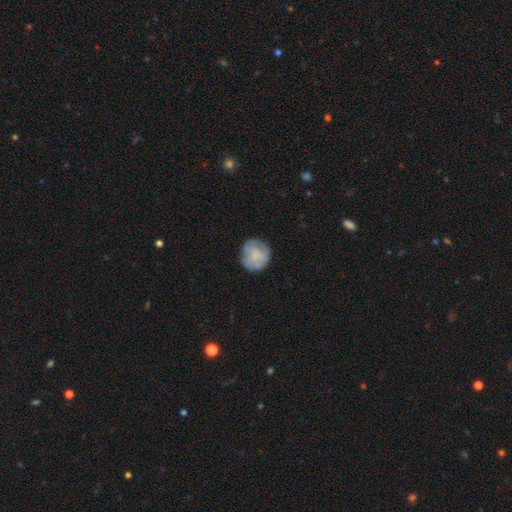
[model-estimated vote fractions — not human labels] smooth_or_featured: smooth (p=0.66) [alt: featured or disk p=0.27]
how_rounded: round (p=0.89) [alt: in between p=0.10]
merging: none (p=0.75) [alt: minor disturbance p=0.18]